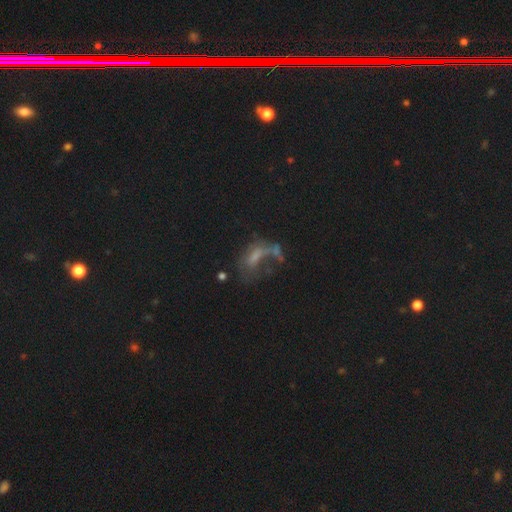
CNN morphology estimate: featured or disk 45%, smooth 32%, star or artifact 23%. Down the decision tree: merging — major disturbance (43%).